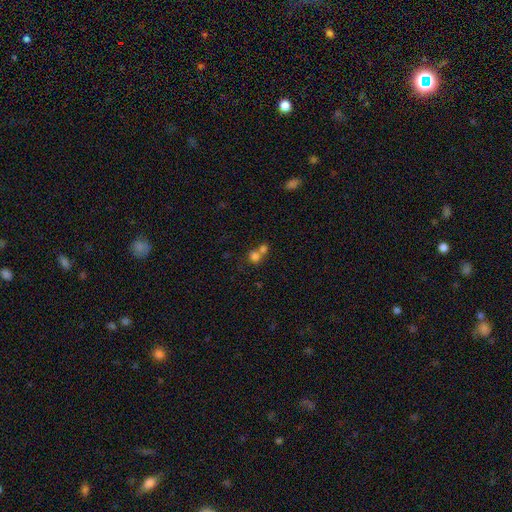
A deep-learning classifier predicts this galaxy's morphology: Q: Smooth or featured?
A: smooth (76%); runner-up: star or artifact (13%)
Q: How rounded?
A: round (81%); runner-up: in between (18%)
Q: Merging?
A: merger (58%); runner-up: none (34%)